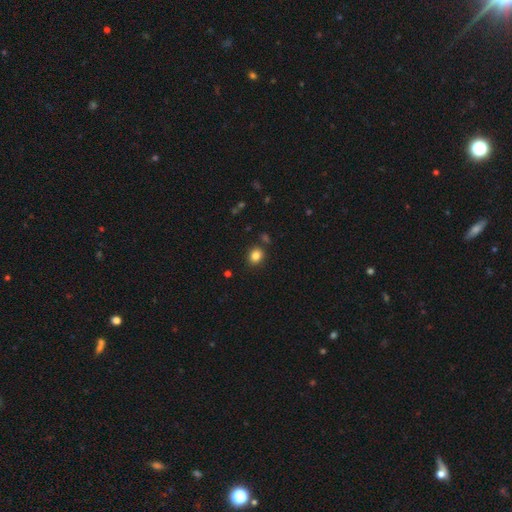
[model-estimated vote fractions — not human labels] A smooth galaxy with no disk features (84%) that is round (63%).

Vote fractions:
- Smooth or featured? smooth: 84% / star or artifact: 11% / featured or disk: 5%
- How rounded? round: 63% / in between: 36% / cigar-shaped: 1%
- Merging? none: 84% / minor disturbance: 9% / merger: 4% / major disturbance: 3%